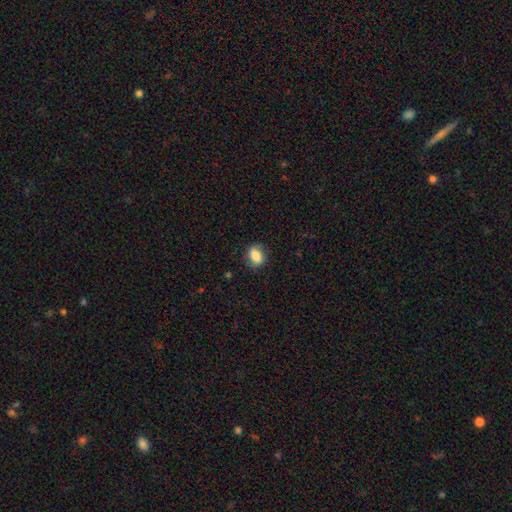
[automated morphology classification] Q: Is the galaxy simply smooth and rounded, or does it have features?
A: smooth — 79%.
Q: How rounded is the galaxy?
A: in between — 71%.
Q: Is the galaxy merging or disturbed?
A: none — 77%.